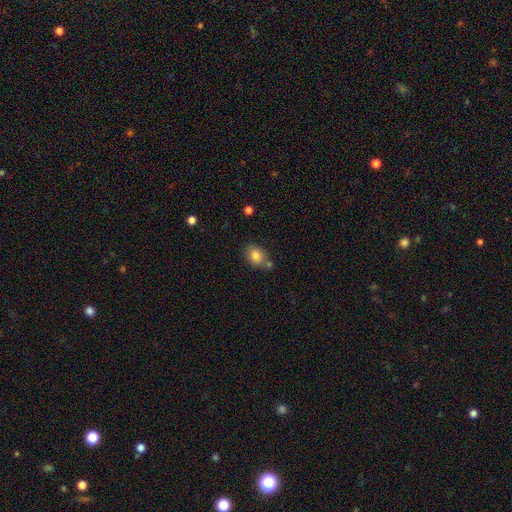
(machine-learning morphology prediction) type=smooth (83%); roundness=in between (65%); merging=none (65%).